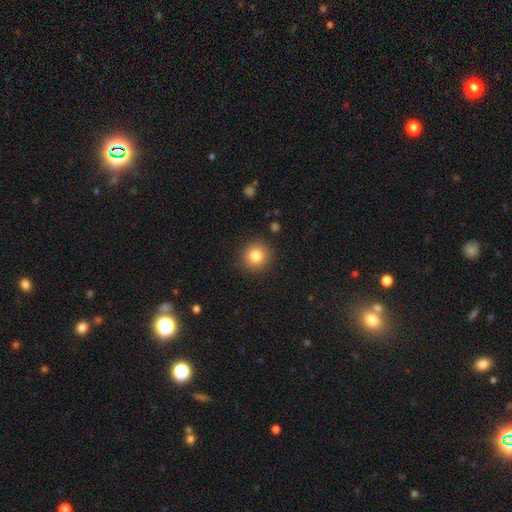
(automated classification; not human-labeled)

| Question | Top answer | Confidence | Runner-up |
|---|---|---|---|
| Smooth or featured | smooth | 82% | star or artifact (11%) |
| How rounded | round | 93% | in between (6%) |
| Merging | none | 90% | minor disturbance (7%) |